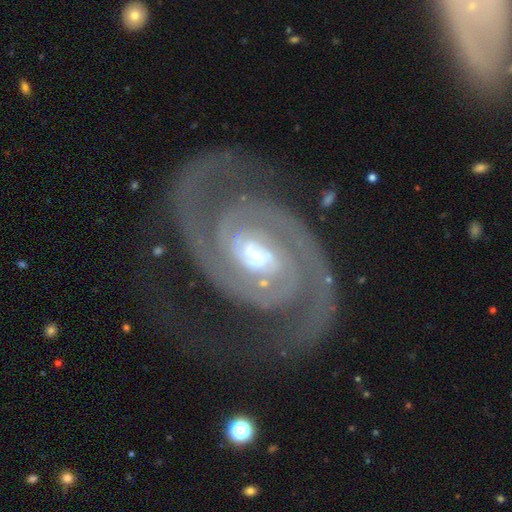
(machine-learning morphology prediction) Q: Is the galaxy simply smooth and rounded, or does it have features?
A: featured or disk — 92%.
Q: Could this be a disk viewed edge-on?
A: no — 98%.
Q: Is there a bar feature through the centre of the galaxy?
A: no — 45%.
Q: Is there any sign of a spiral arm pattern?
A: yes — 98%.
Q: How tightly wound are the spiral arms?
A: tight — 60%.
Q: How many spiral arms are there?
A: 2 — 87%.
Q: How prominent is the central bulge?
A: small — 50%.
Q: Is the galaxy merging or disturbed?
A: none — 71%.